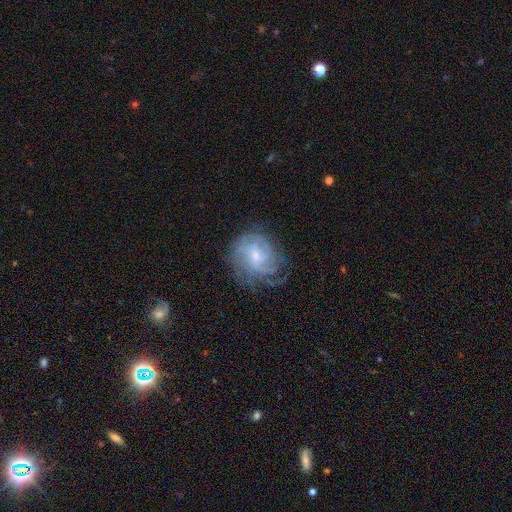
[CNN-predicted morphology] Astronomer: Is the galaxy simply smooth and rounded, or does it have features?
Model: featured or disk — 73%.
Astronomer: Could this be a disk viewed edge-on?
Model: no — 97%.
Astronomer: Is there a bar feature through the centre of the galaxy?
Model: no — 49% (runner-up: weak, 44%).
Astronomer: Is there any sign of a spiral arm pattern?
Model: yes — 88%.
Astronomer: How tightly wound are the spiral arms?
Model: tight — 53% (runner-up: medium, 34%).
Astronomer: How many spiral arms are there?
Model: can't tell — 48%.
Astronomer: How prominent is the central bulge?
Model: small — 68%.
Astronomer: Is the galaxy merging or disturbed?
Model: none — 61%.